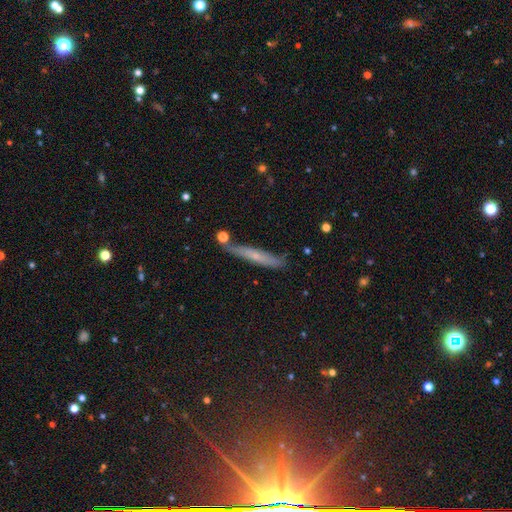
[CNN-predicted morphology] The model was most divided on "smooth or featured": smooth: 47%, featured or disk: 42%, star or artifact: 12%. More confident: merging — none (76%).